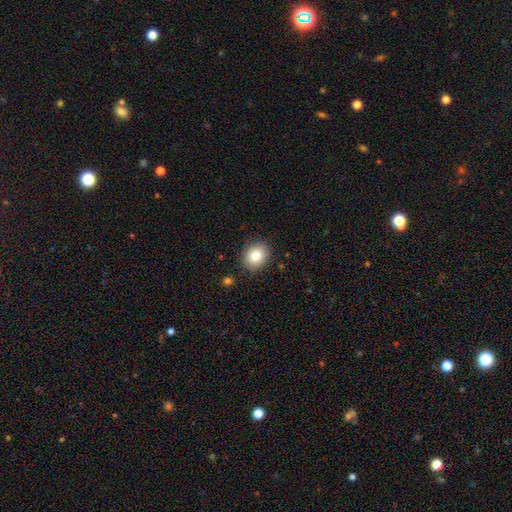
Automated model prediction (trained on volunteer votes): Smooth or featured? Predicted: smooth (p=0.81). How rounded? Predicted: round (p=0.60). Merging? Predicted: none (p=0.87).